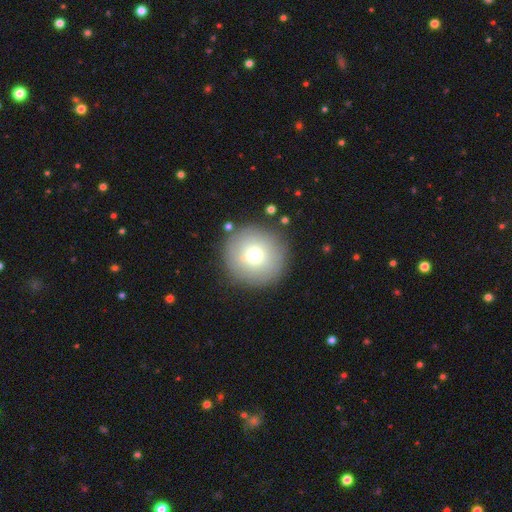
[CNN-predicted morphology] This appears to be a smooth galaxy with no disk features (72%) that is round (96%). Merging: none (88%).